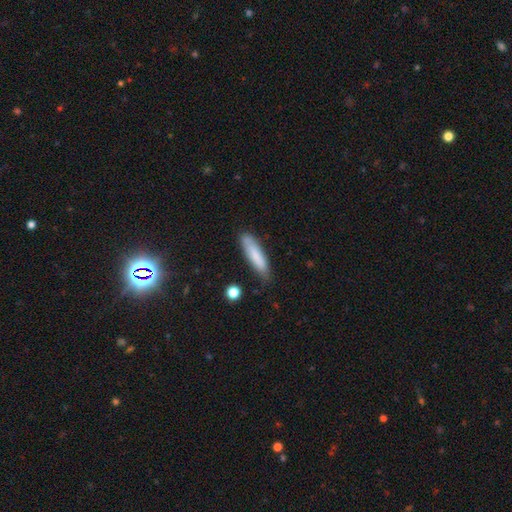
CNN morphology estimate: The model was most divided on "how rounded": cigar-shaped: 77%, in between: 21%, round: 1%. More confident: smooth or featured — smooth (79%); merging — none (76%).